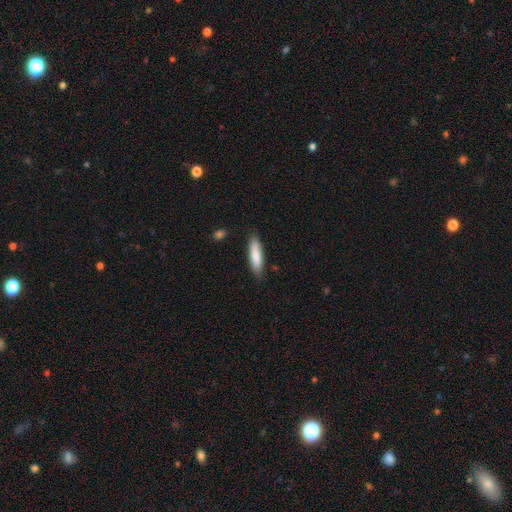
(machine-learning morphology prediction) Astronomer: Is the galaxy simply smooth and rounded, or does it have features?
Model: smooth — 82%.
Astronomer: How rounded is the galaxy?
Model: cigar-shaped — 73%.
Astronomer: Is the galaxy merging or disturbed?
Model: none — 84%.